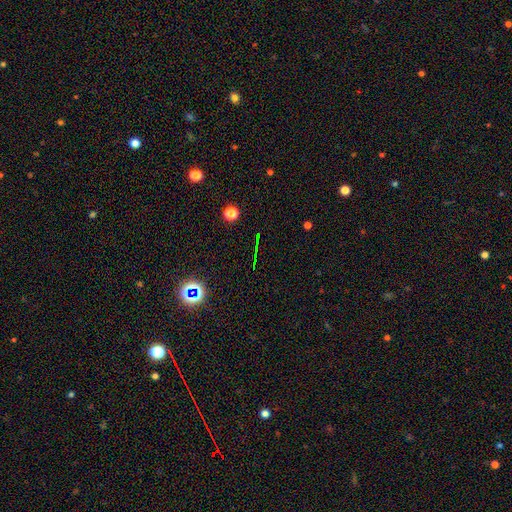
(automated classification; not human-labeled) Overall: star or artifact (74%).